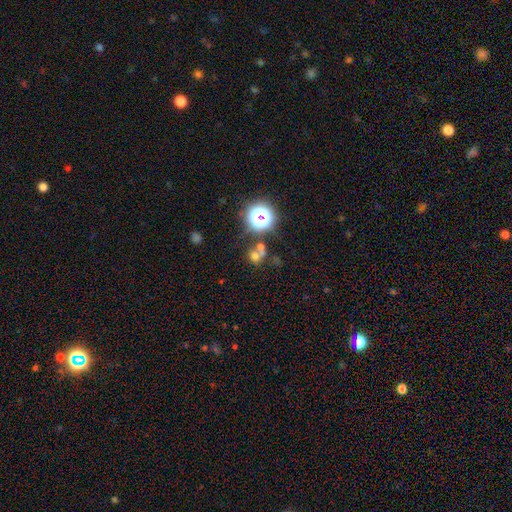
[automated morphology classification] smooth-or-featured: smooth: 57% | star or artifact: 29% | featured or disk: 14%
  how-rounded: round: 81% | in between: 17% | cigar-shaped: 1%
  merging: none: 45% | merger: 40% | minor disturbance: 9% | major disturbance: 6%